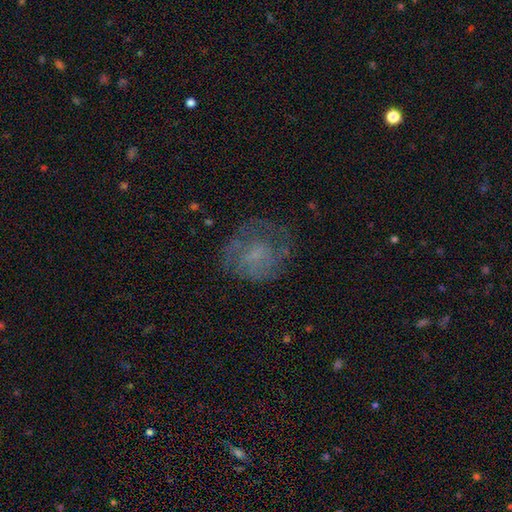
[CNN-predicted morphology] The model was most divided on "bulge size": none: 43%, small: 34%, moderate: 18%, large: 3%, dominant: 1%. More confident: edge-on disk — no (97%); bar — no (70%); merging — none (60%); spiral arms — yes (59%); smooth or featured — featured or disk (52%).